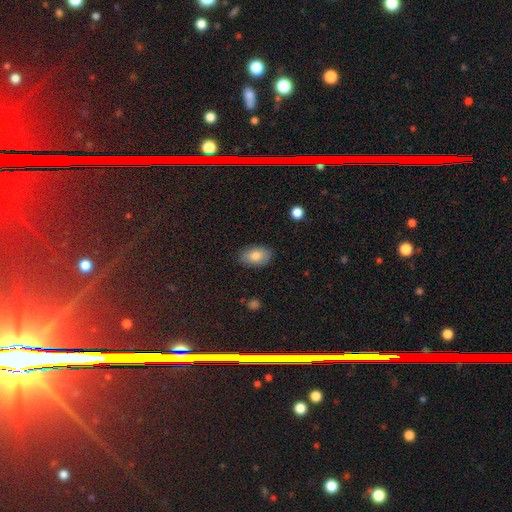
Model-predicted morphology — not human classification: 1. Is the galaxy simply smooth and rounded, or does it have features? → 83% smooth, 10% featured or disk, 7% star or artifact.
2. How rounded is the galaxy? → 91% in between, 8% round, 2% cigar-shaped.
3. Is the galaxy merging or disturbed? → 85% none, 12% minor disturbance, 3% major disturbance, 1% merger.